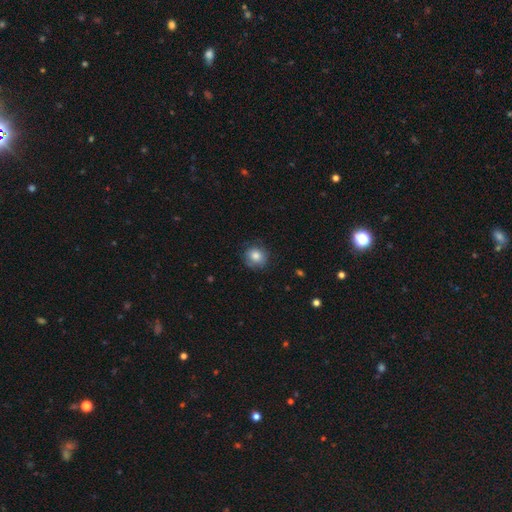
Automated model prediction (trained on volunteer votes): This is clearly a smooth galaxy (80%). How rounded: clearly round (87%). Merging: likely none (78%).